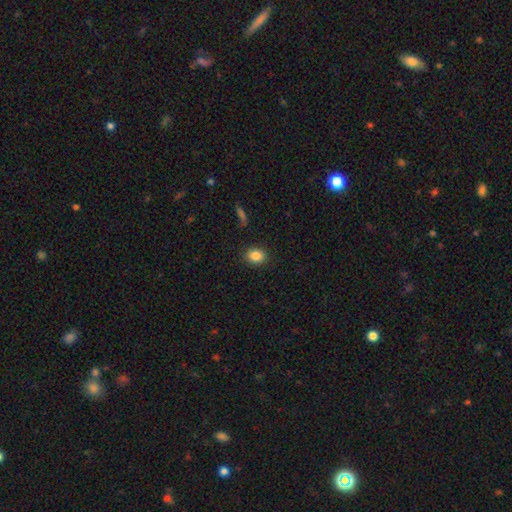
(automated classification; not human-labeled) This appears to be a smooth galaxy with no disk features (85%) that is in between round and cigar-shaped (57%). Merging: none (88%).